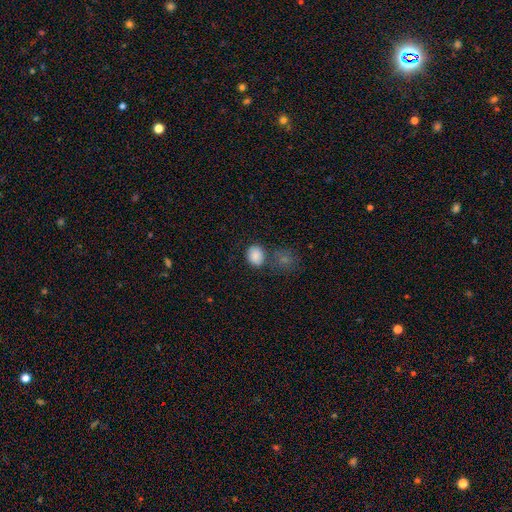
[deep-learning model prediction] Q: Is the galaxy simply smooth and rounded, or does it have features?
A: smooth — 85%.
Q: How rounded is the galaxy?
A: round — 51%.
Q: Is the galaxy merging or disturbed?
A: none — 69%.